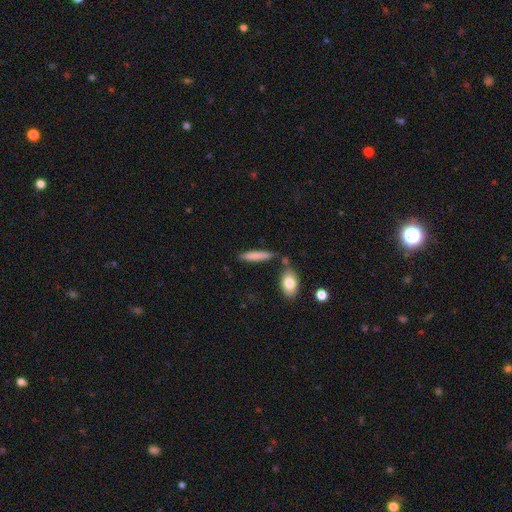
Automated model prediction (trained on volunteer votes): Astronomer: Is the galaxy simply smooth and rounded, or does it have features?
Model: smooth — 77%.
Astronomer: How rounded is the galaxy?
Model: cigar-shaped — 85%.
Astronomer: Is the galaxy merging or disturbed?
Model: none — 73%.